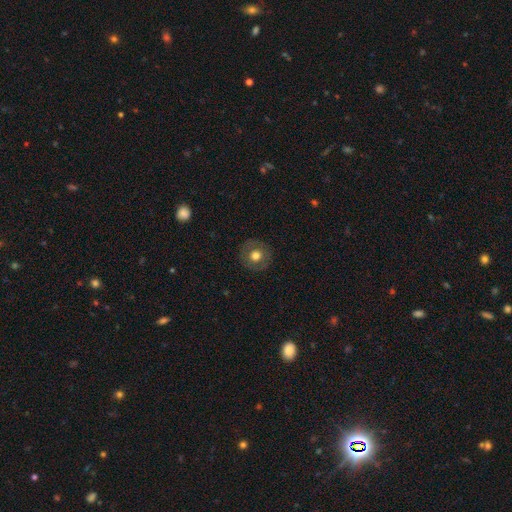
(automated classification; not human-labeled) Smooth or featured? Predicted: smooth (p=0.64). How rounded? Predicted: round (p=0.92). Merging? Predicted: none (p=0.89).